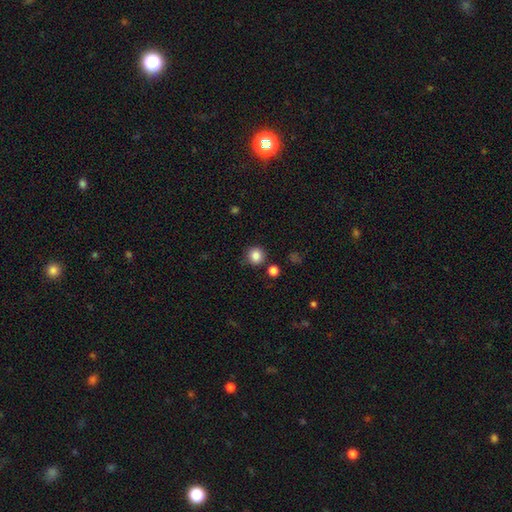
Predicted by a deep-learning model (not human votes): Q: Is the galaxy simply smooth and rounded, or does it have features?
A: smooth — 84%.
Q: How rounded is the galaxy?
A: round — 93%.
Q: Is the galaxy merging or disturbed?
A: none — 84%.